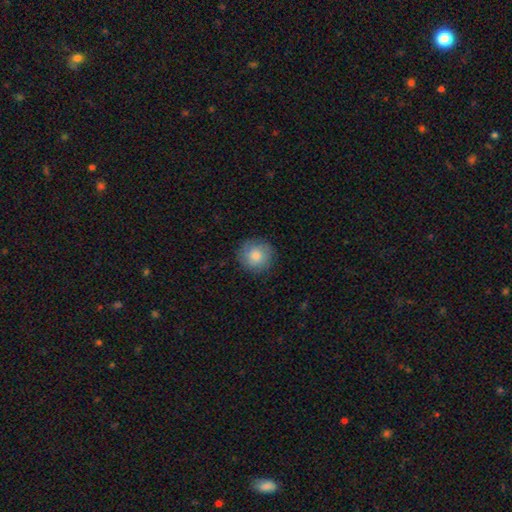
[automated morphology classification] This is likely a smooth galaxy (80%). How rounded: clearly round (93%). Merging: clearly none (85%).